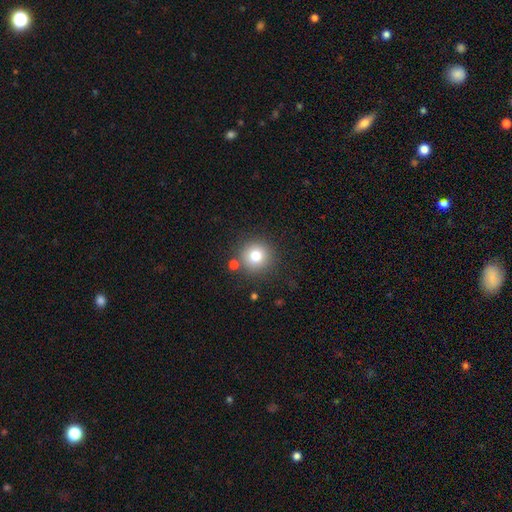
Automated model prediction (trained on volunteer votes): Q: Smooth or featured?
A: smooth (78%); runner-up: star or artifact (12%)
Q: How rounded?
A: round (95%); runner-up: in between (5%)
Q: Merging?
A: none (82%); runner-up: minor disturbance (8%)